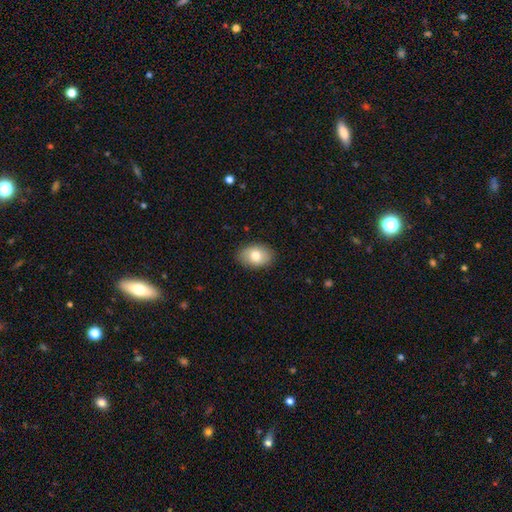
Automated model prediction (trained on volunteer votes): Smooth or featured?
  - smooth: 80% *
  - featured or disk: 13%
  - star or artifact: 7%
How rounded?
  - in between: 82% *
  - round: 17%
  - cigar-shaped: 1%
Merging?
  - none: 88% *
  - minor disturbance: 9%
  - major disturbance: 2%
  - merger: 1%